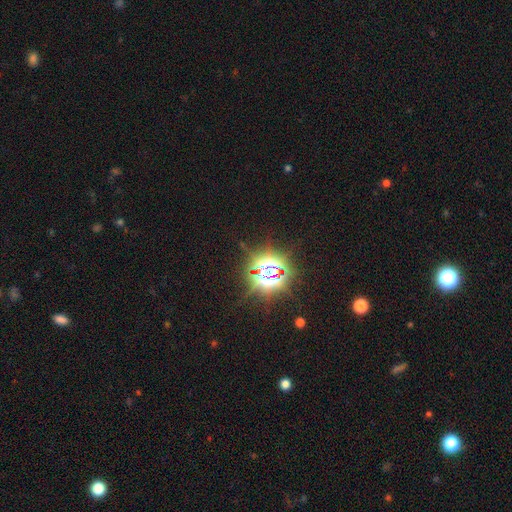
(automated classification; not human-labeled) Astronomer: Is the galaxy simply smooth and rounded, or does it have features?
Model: star or artifact — 83%.